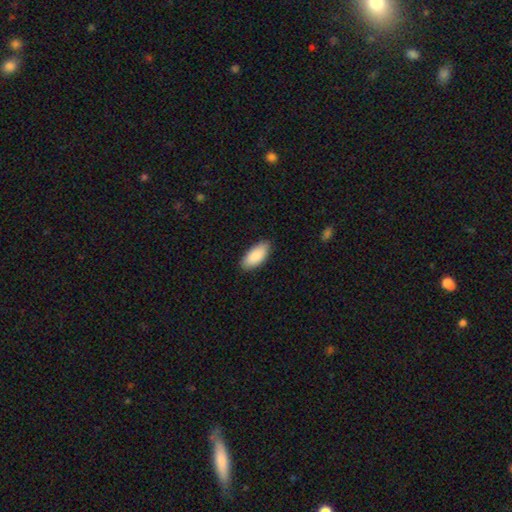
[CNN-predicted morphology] Q: Smooth or featured?
A: smooth (90%); runner-up: star or artifact (5%)
Q: How rounded?
A: in between (90%); runner-up: cigar-shaped (8%)
Q: Merging?
A: none (86%); runner-up: minor disturbance (11%)